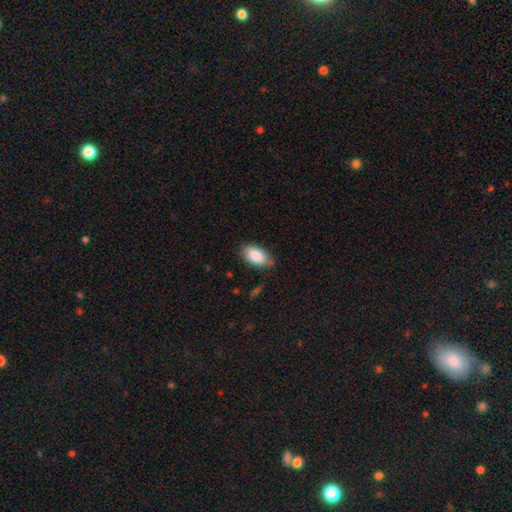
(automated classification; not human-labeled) A smooth galaxy with no disk features (88%) that is in between round and cigar-shaped (94%). Merging: none (80%).